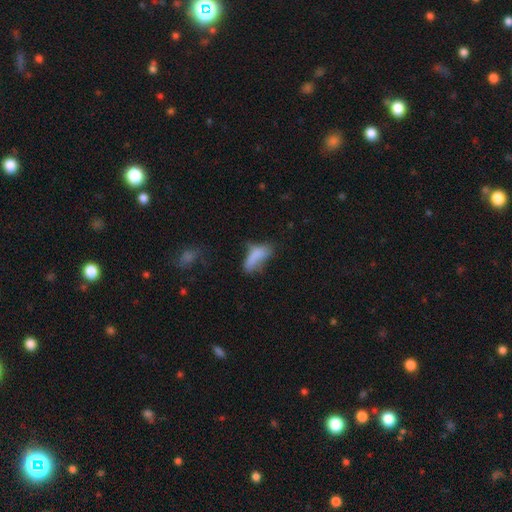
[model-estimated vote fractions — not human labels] A smooth galaxy with no disk features (70%) that is in between round and cigar-shaped (73%). Merging: none (30%).